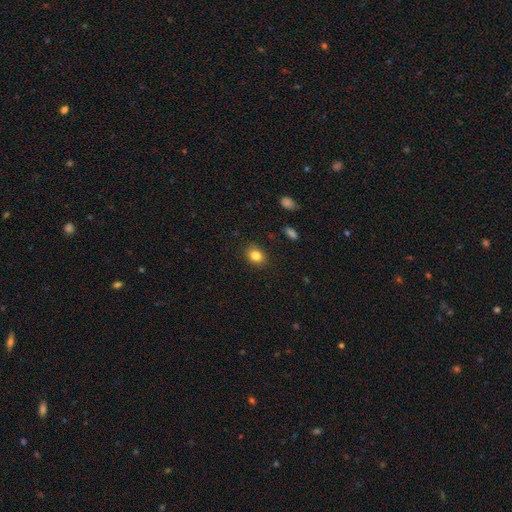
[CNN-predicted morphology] This is clearly a smooth galaxy (83%). How rounded: possibly in between (55%). Merging: clearly none (87%).